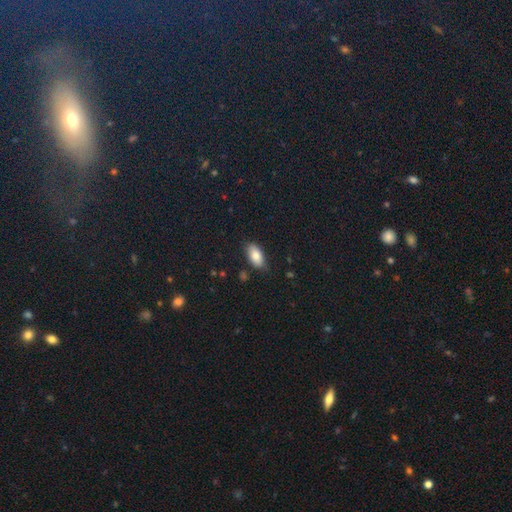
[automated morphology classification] This is clearly a smooth galaxy (83%). How rounded: clearly in between (91%). Merging: clearly none (82%).